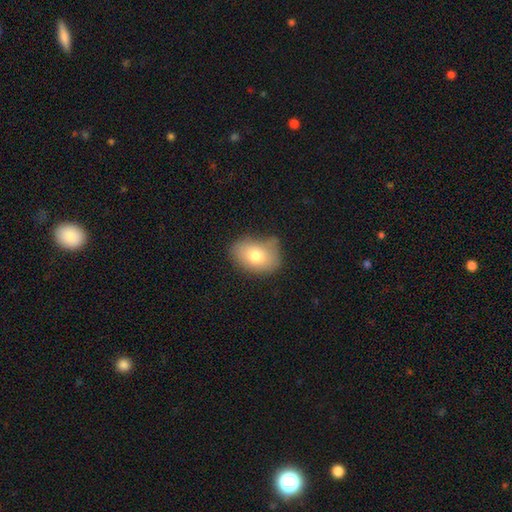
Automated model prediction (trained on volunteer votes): smooth 76%, featured or disk 15%, star or artifact 9%. Down the decision tree: how rounded — in between (81%); merging — none (59%).